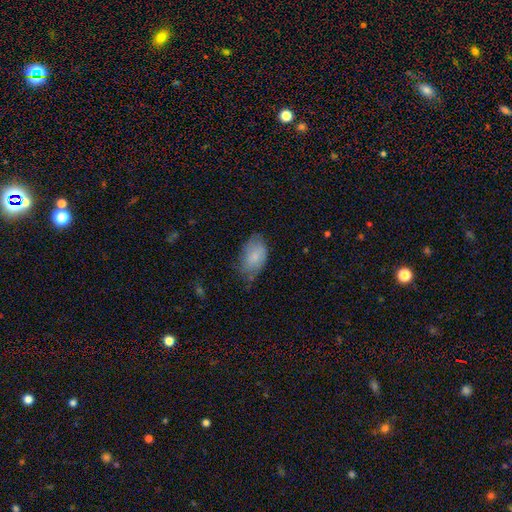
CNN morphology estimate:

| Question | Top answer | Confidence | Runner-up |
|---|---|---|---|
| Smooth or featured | smooth | 79% | featured or disk (14%) |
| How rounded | in between | 93% | round (6%) |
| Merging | none | 55% | minor disturbance (34%) |